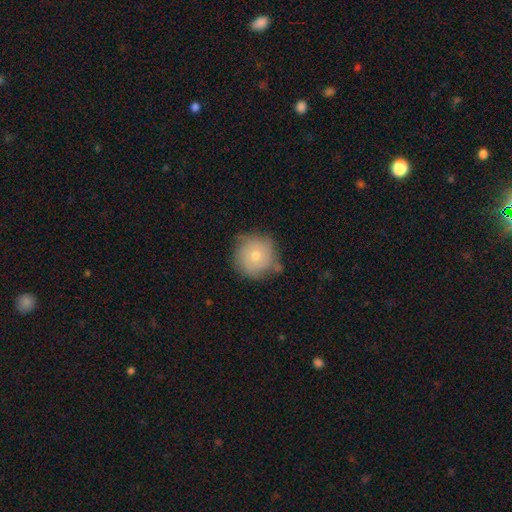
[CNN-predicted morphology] type=smooth (67%); roundness=round (95%); merging=none (69%).